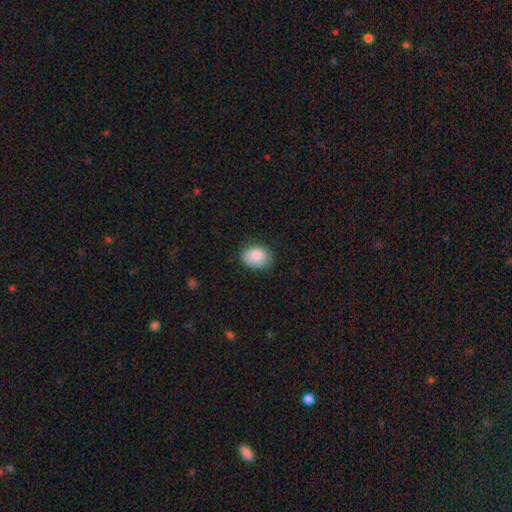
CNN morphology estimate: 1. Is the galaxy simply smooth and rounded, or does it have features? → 87% smooth, 7% star or artifact, 6% featured or disk.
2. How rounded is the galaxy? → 60% in between, 39% round, 1% cigar-shaped.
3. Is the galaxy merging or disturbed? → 78% none, 18% minor disturbance, 3% major disturbance, 1% merger.